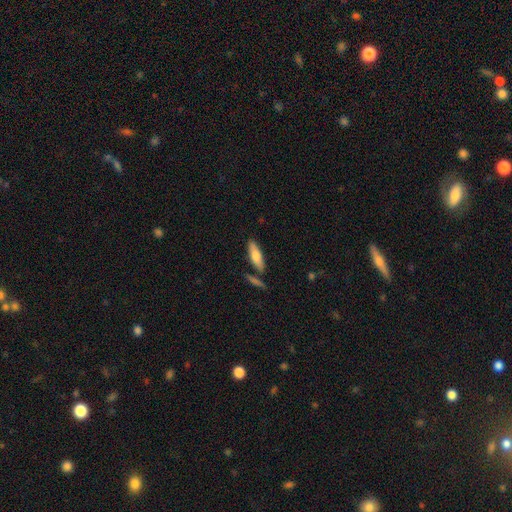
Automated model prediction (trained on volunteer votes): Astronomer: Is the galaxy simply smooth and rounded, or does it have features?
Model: smooth — 72%.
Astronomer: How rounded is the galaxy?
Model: cigar-shaped — 49%, tied with in between at 49%.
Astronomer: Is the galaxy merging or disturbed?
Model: none — 77%.